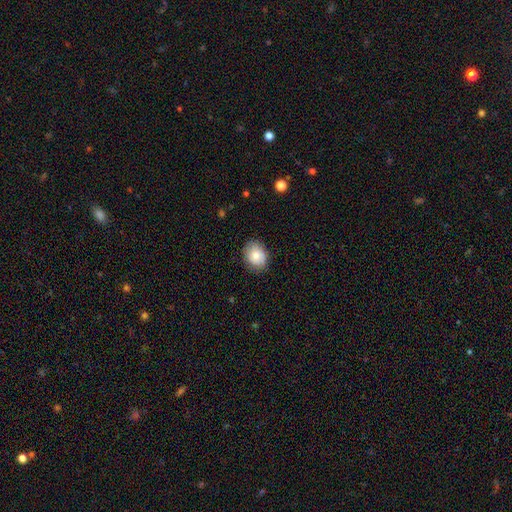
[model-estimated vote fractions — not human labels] smooth-or-featured: smooth: 74% | featured or disk: 19% | star or artifact: 8%
  how-rounded: in between: 55% | round: 44% | cigar-shaped: 1%
  merging: none: 80% | minor disturbance: 16% | major disturbance: 4% | merger: 1%